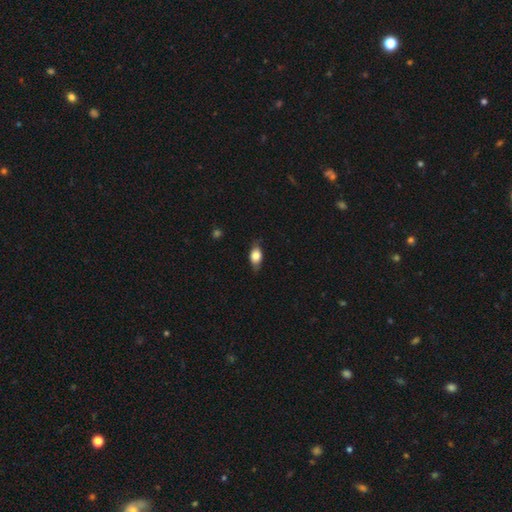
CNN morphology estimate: This is likely a smooth galaxy (75%). How rounded: clearly in between (83%). Merging: likely none (74%).